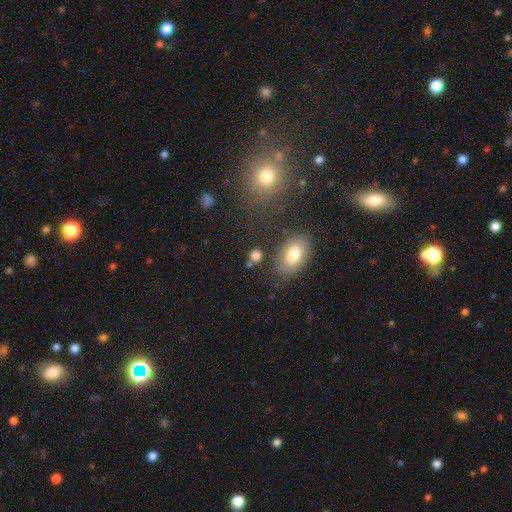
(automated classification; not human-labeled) Smooth or featured? Predicted: smooth (p=0.79). How rounded? Predicted: round (p=0.59). Merging? Predicted: none (p=0.70).